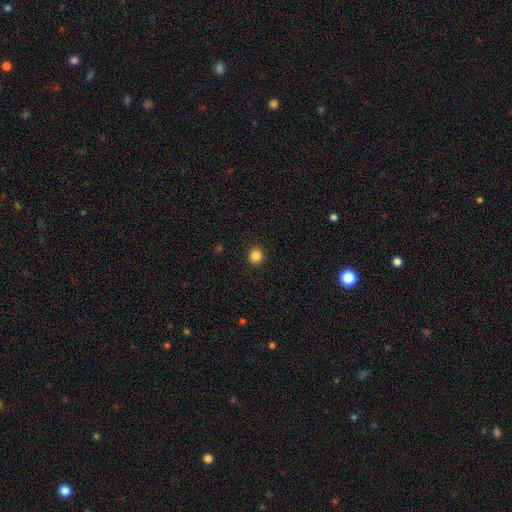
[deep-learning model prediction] A smooth galaxy with no disk features (85%) that is round (91%). Merging: none (93%).